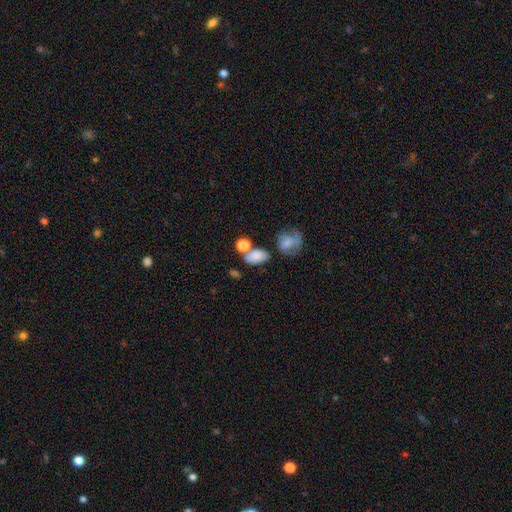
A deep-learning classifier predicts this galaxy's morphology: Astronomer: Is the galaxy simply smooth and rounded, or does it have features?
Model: smooth — 79%.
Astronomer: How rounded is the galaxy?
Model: in between — 82%.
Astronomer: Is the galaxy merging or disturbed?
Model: none — 50%.